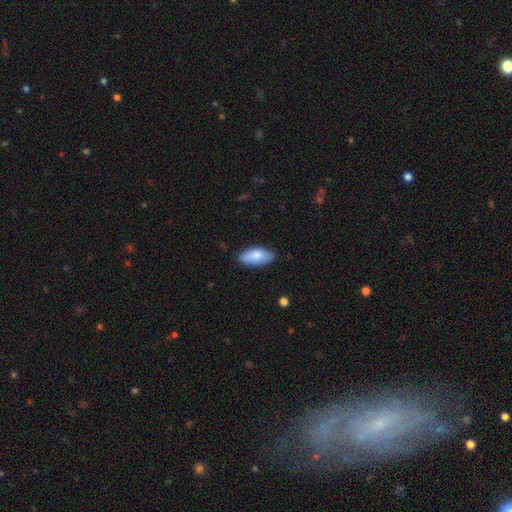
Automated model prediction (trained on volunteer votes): Morphology: type=smooth (82%); roundness=in between (89%); merging=none (81%).